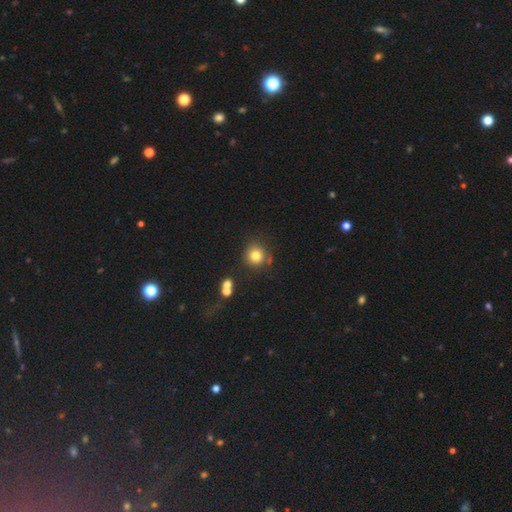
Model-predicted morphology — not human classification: A smooth galaxy with no disk features (80%) that is round (90%). Merging: none (75%).